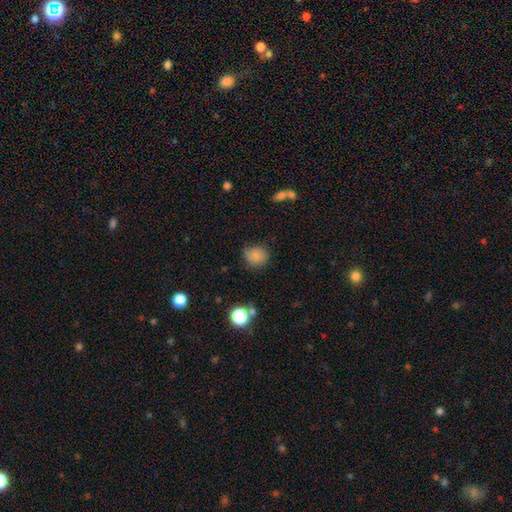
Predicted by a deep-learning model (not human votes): The model was most divided on "merging": none: 65%, minor disturbance: 26%, major disturbance: 7%, merger: 2%. More confident: smooth or featured — smooth (80%); how rounded — round (76%).